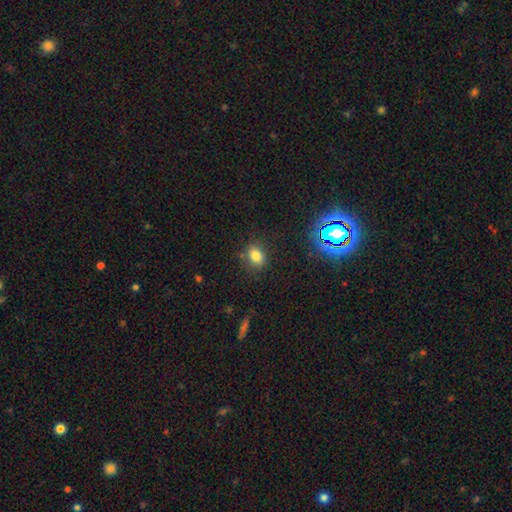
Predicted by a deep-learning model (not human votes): smooth 78%, star or artifact 15%, featured or disk 7%. Down the decision tree: how rounded — in between (64%); merging — none (82%).